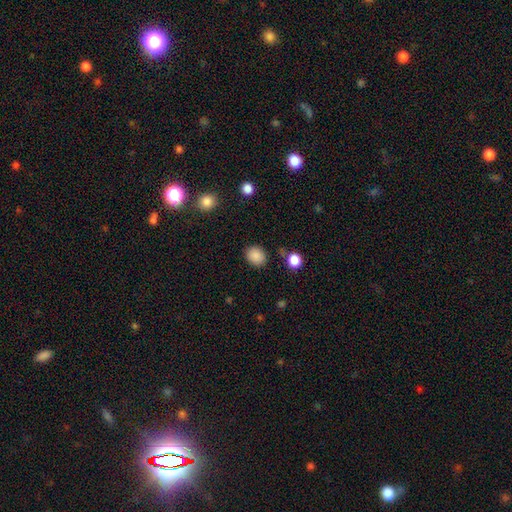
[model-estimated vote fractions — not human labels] Q: Smooth or featured?
A: smooth (87%); runner-up: star or artifact (10%)
Q: How rounded?
A: round (60%); runner-up: in between (39%)
Q: Merging?
A: none (82%); runner-up: minor disturbance (11%)